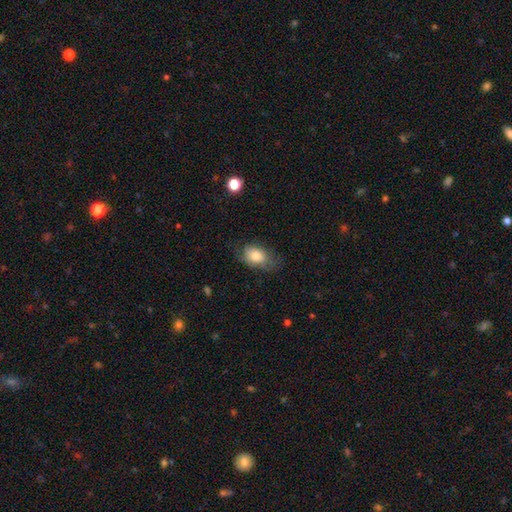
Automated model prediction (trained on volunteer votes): A smooth galaxy with no disk features (76%) that is in between round and cigar-shaped (85%).

Vote fractions:
- Smooth or featured? smooth: 76% / featured or disk: 17% / star or artifact: 7%
- How rounded? in between: 85% / round: 13% / cigar-shaped: 2%
- Merging? none: 61% / minor disturbance: 26% / major disturbance: 12% / merger: 1%